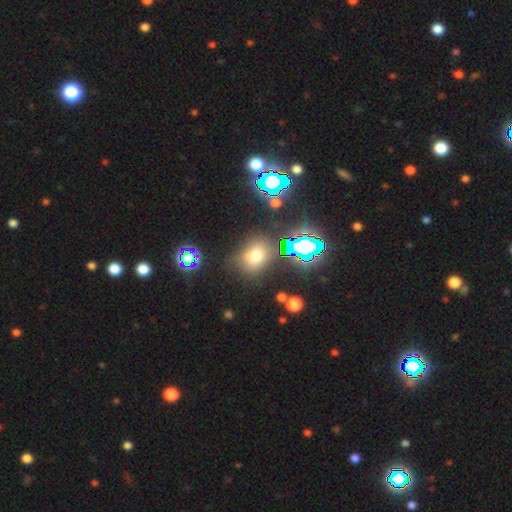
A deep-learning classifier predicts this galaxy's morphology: smooth 60%, star or artifact 28%, featured or disk 12%. Down the decision tree: how rounded — in between (51%); merging — none (69%).